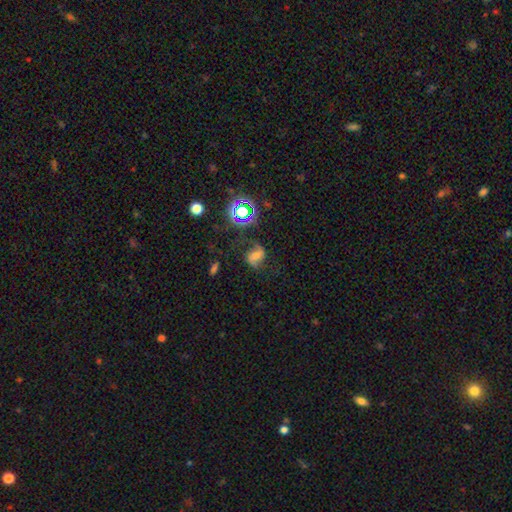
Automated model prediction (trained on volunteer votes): Smooth or featured?
  - featured or disk: 66% *
  - smooth: 17%
  - star or artifact: 17%
Edge-on disk?
  - no: 97% *
  - yes: 3%
Bar?
  - weak: 38% *
  - no: 34%
  - strong: 28%
Spiral arms?
  - yes: 93% *
  - no: 7%
Spiral winding?
  - loose: 56% *
  - medium: 35%
  - tight: 9%
Spiral arm count?
  - 2: 89% *
  - 1: 4%
  - can't tell: 4%
  - 3: 1%
  - 4: 1%
  - more than 4: 1%
Bulge size?
  - moderate: 40% *
  - small: 34%
  - none: 13%
  - large: 10%
  - dominant: 3%
Merging?
  - none: 66% *
  - minor disturbance: 18%
  - major disturbance: 13%
  - merger: 3%